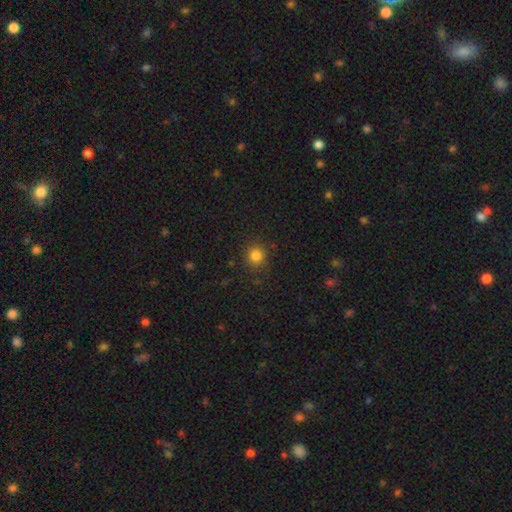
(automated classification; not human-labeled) A smooth galaxy with no disk features (82%) that is round (88%).

Vote fractions:
- Smooth or featured? smooth: 82% / star or artifact: 13% / featured or disk: 5%
- How rounded? round: 88% / in between: 11% / cigar-shaped: 1%
- Merging? none: 88% / minor disturbance: 8% / major disturbance: 3% / merger: 1%